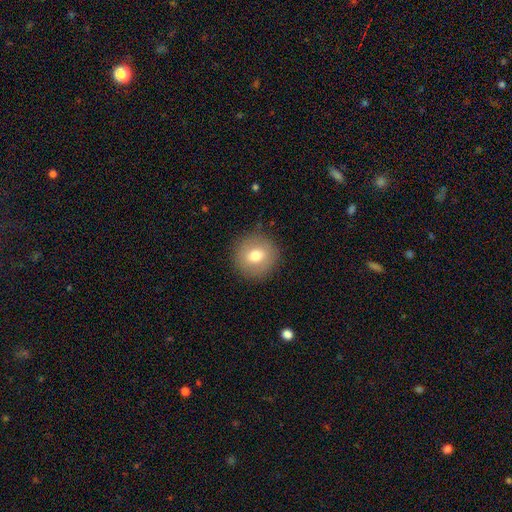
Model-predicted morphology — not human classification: This is likely a smooth galaxy (73%). How rounded: clearly round (92%). Merging: clearly none (87%).